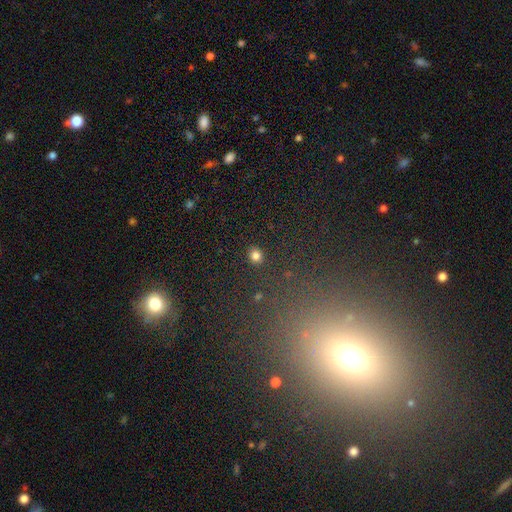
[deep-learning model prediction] smooth_or_featured: smooth (p=0.82) [alt: star or artifact p=0.13]
how_rounded: round (p=0.80) [alt: in between p=0.19]
merging: none (p=0.90) [alt: minor disturbance p=0.06]